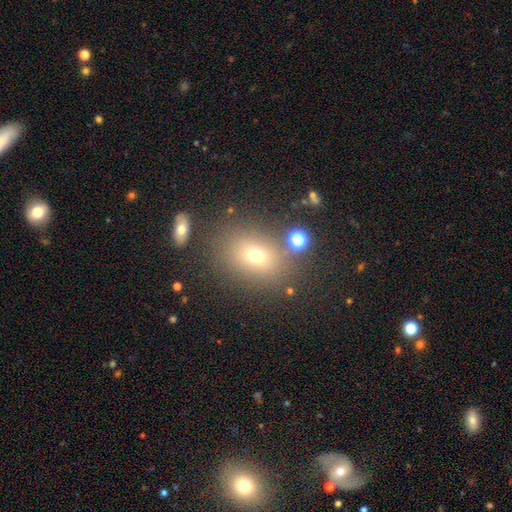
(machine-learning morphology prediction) A smooth galaxy with no disk features (68%) that is in between round and cigar-shaped (50%). Merging: none (74%).